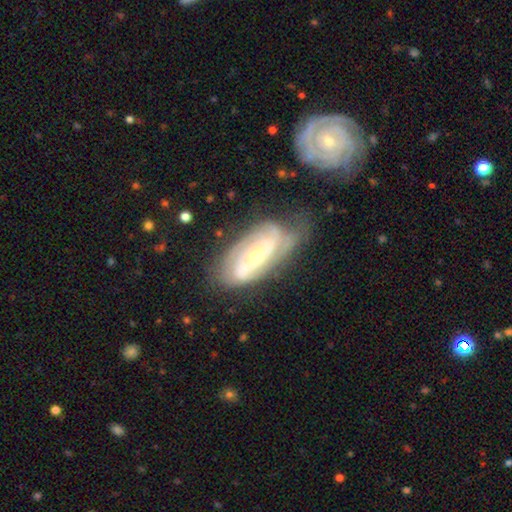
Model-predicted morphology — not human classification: Q: Smooth or featured?
A: featured or disk (80%); runner-up: smooth (14%)
Q: Edge-on disk?
A: no (92%); runner-up: yes (8%)
Q: Bar?
A: no (49%); runner-up: weak (30%)
Q: Spiral arms?
A: yes (86%); runner-up: no (14%)
Q: Spiral winding?
A: tight (62%); runner-up: medium (29%)
Q: Spiral arm count?
A: can't tell (40%); runner-up: 2 (36%)
Q: Bulge size?
A: small (55%); runner-up: moderate (41%)
Q: Merging?
A: none (53%); runner-up: minor disturbance (27%)